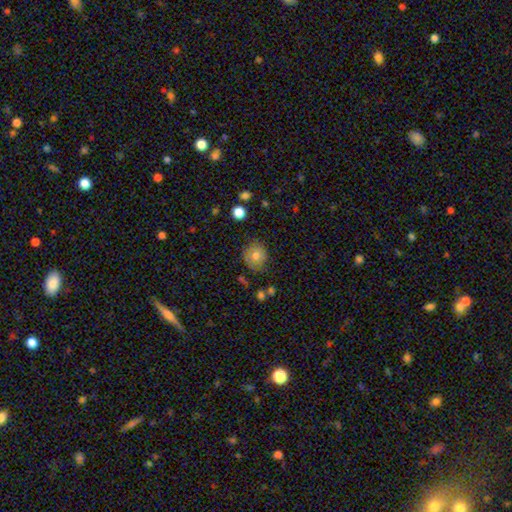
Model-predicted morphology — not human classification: type=smooth (74%); roundness=round (85%); merging=none (77%).